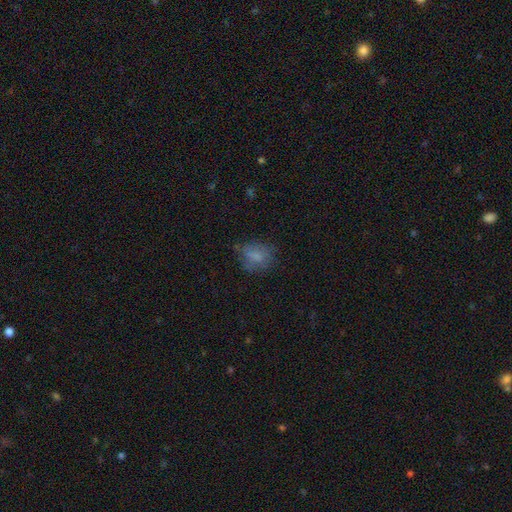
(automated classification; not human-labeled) Smooth or featured? smooth (70%)
How rounded? round (52%)
Merging? none (59%)